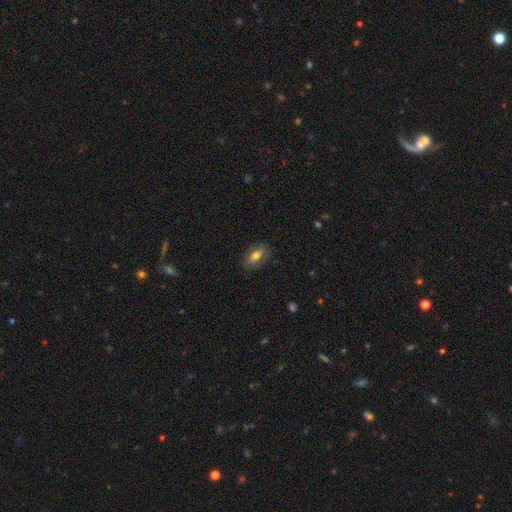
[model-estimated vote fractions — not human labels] Morphology: type=smooth (72%); roundness=in between (85%); merging=none (83%).